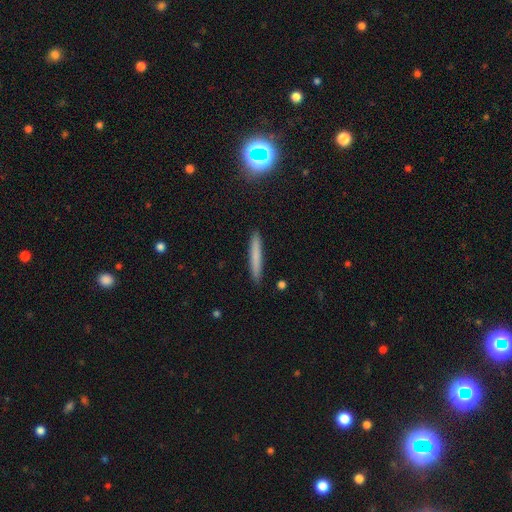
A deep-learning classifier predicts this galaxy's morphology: Smooth or featured? smooth (73%)
How rounded? cigar-shaped (96%)
Merging? none (90%)